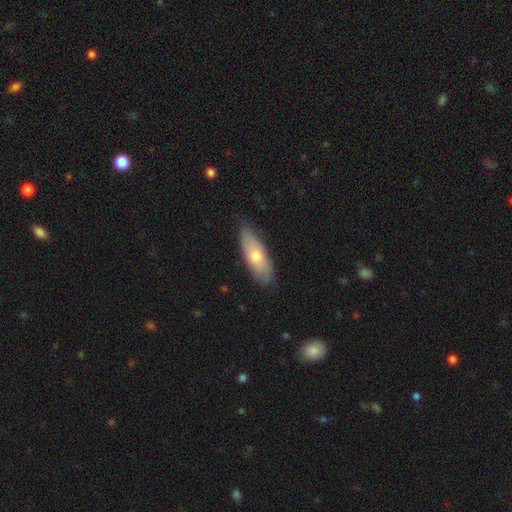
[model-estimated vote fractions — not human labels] This is likely a smooth galaxy (64%). How rounded: likely in between (65%). Merging: likely none (78%).